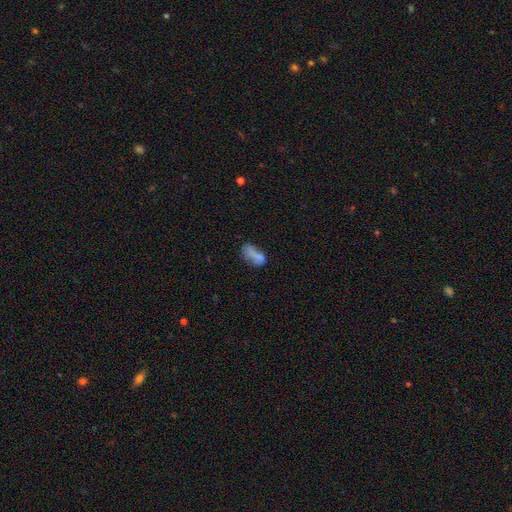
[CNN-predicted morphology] A smooth galaxy with no disk features (69%) that is in between round and cigar-shaped (82%).

Vote fractions:
- Smooth or featured? smooth: 69% / featured or disk: 20% / star or artifact: 11%
- How rounded? in between: 82% / cigar-shaped: 12% / round: 5%
- Merging? none: 30% / merger: 27% / major disturbance: 22% / minor disturbance: 22%